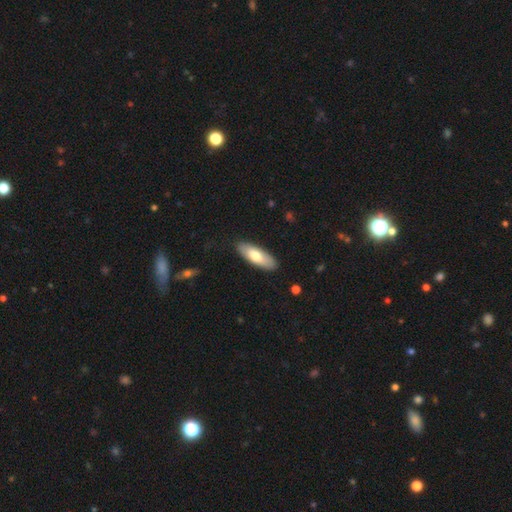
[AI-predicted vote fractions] Smooth or featured?
  - smooth: 72% *
  - featured or disk: 23%
  - star or artifact: 5%
How rounded?
  - in between: 66% *
  - cigar-shaped: 32%
  - round: 2%
Merging?
  - none: 88% *
  - minor disturbance: 9%
  - major disturbance: 2%
  - merger: 1%